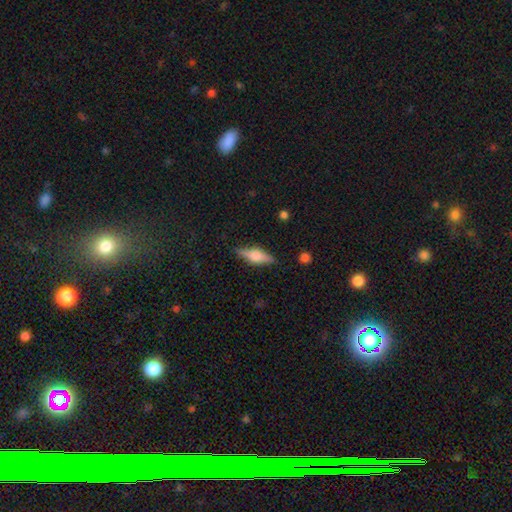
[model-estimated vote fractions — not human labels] A featured or disk galaxy (53%) viewed edge-on (94%). Merging: none (83%).